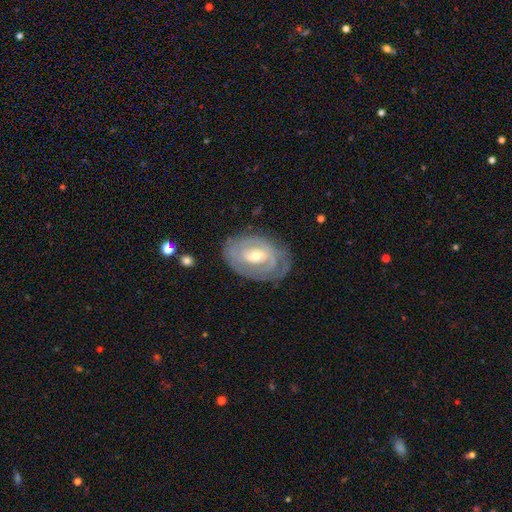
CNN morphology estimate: A featured or disk galaxy (79%) with a weak bar (42%), tight (74%) spiral arms (81%) and a moderate central bulge (52%).

Vote fractions:
- Smooth or featured? featured or disk: 79% / smooth: 15% / star or artifact: 6%
- Edge-on disk? no: 95% / yes: 5%
- Bar? weak: 42% / no: 40% / strong: 17%
- Spiral arms? yes: 81% / no: 19%
- Spiral winding? tight: 74% / medium: 20% / loose: 6%
- Spiral arm count? can't tell: 46% / 2: 30% / 3: 10% / 1: 6% / 4: 4% / more than 4: 3%
- Bulge size? moderate: 52% / small: 45% / large: 2% / none: 1% / dominant: 1%
- Merging? none: 74% / minor disturbance: 18% / major disturbance: 6% / merger: 1%